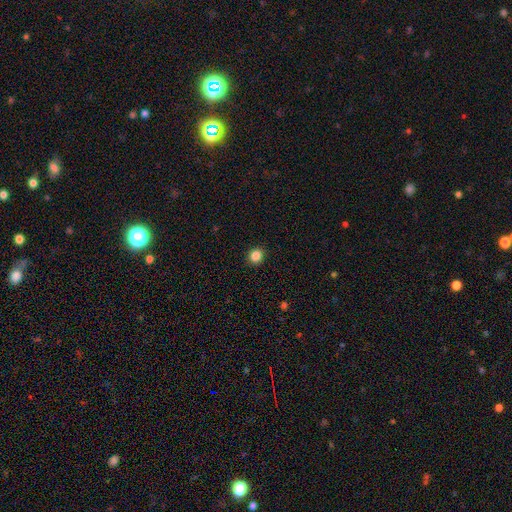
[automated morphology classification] smooth-or-featured: smooth: 86% | star or artifact: 11% | featured or disk: 4%
  how-rounded: round: 82% | in between: 17% | cigar-shaped: 1%
  merging: none: 92% | minor disturbance: 5% | major disturbance: 2% | merger: 1%